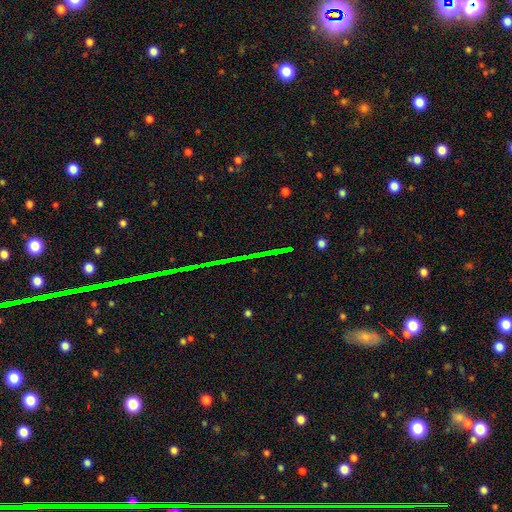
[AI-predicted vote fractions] Q: Smooth or featured?
A: star or artifact (75%); runner-up: featured or disk (14%)